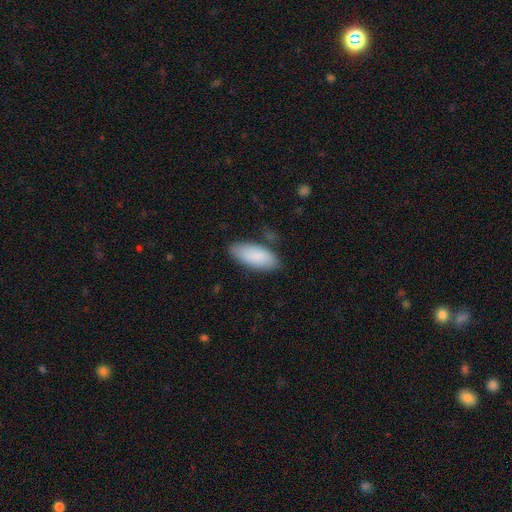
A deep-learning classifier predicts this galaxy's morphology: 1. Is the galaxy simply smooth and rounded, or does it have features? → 87% smooth, 7% featured or disk, 6% star or artifact.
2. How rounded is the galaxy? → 83% in between, 15% cigar-shaped, 2% round.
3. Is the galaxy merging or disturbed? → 79% none, 15% minor disturbance, 3% major disturbance, 2% merger.